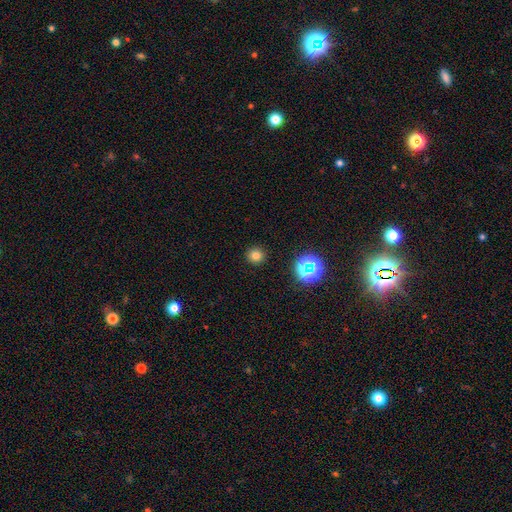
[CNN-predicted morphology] The model was most divided on "smooth or featured": smooth: 75%, star or artifact: 19%, featured or disk: 6%. More confident: how rounded — round (94%); merging — none (92%).